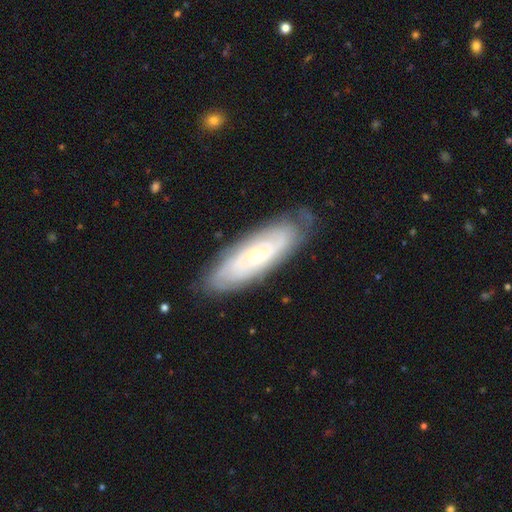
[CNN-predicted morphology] A featured or disk galaxy (76%) with no bar (78%), tight (74%) spiral arms (85%) and a small central bulge (55%).

Vote fractions:
- Smooth or featured? featured or disk: 76% / smooth: 18% / star or artifact: 6%
- Edge-on disk? no: 84% / yes: 16%
- Bar? no: 78% / weak: 17% / strong: 4%
- Spiral arms? yes: 85% / no: 15%
- Spiral winding? tight: 74% / medium: 20% / loose: 6%
- Spiral arm count? can't tell: 59% / 2: 18% / 3: 8% / 4: 6% / more than 4: 4% / 1: 3%
- Bulge size? small: 55% / moderate: 41% / large: 2% / none: 1% / dominant: 1%
- Merging? none: 80% / minor disturbance: 16% / major disturbance: 4% / merger: 1%